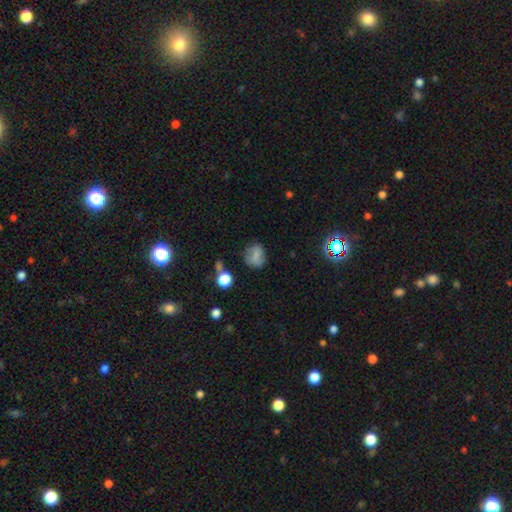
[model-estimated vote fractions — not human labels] Smooth or featured? Predicted: smooth (p=0.71). How rounded? Predicted: round (p=0.62). Merging? Predicted: none (p=0.65).